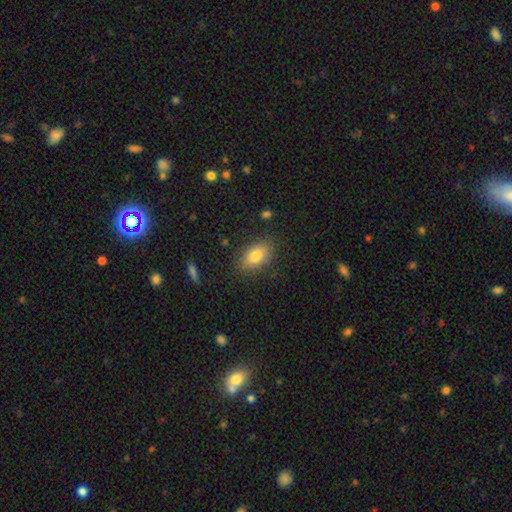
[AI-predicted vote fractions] Smooth or featured? smooth (79%)
How rounded? in between (88%)
Merging? none (82%)